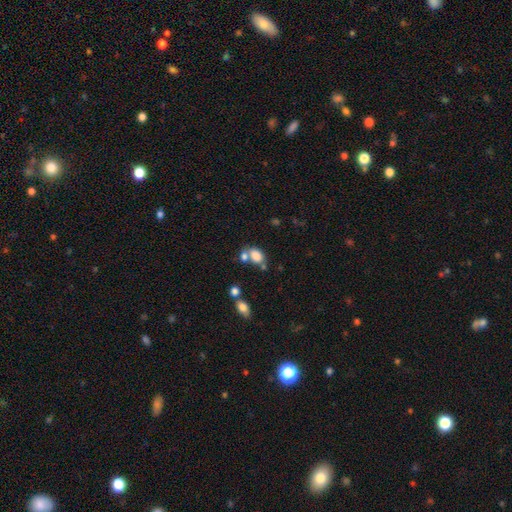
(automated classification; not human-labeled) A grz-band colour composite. It shows a smooth galaxy with no disk features (79%) that is in between round and cigar-shaped (80%). Merging: none (40%, tied with merger).